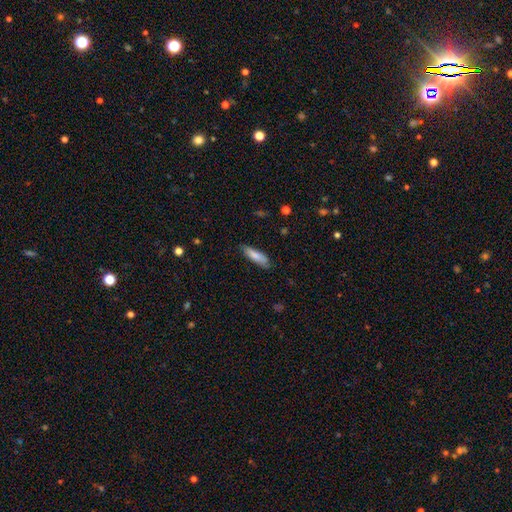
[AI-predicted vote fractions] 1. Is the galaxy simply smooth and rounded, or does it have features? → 81% smooth, 13% featured or disk, 6% star or artifact.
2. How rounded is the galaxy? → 56% cigar-shaped, 43% in between, 1% round.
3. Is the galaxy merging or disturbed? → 75% none, 20% minor disturbance, 4% major disturbance, 1% merger.